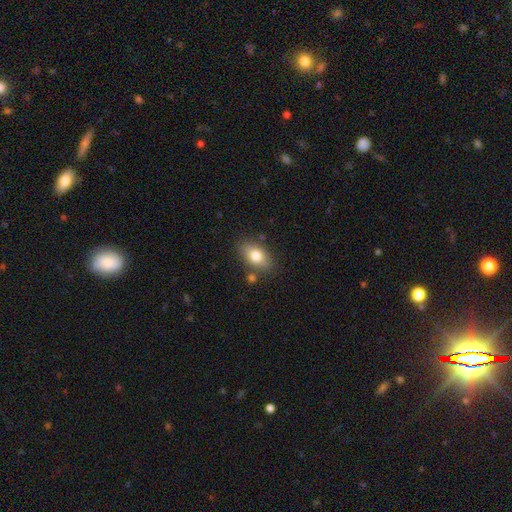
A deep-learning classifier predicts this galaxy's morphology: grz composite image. It shows a smooth galaxy with no disk features (78%) that is in between round and cigar-shaped (87%). Merging: none (78%).